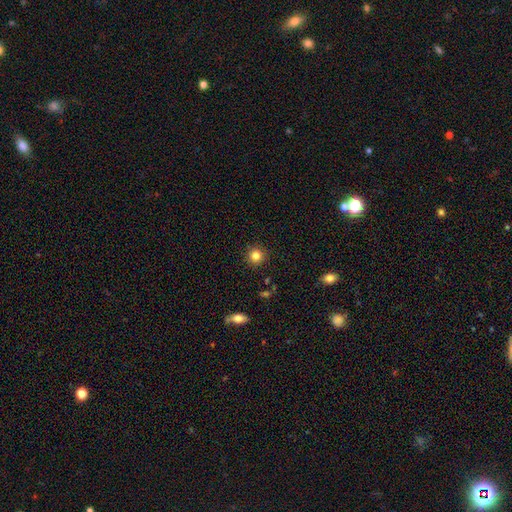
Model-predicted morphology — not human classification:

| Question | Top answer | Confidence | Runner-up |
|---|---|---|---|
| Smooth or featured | smooth | 83% | star or artifact (12%) |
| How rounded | round | 93% | in between (6%) |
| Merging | none | 91% | minor disturbance (6%) |